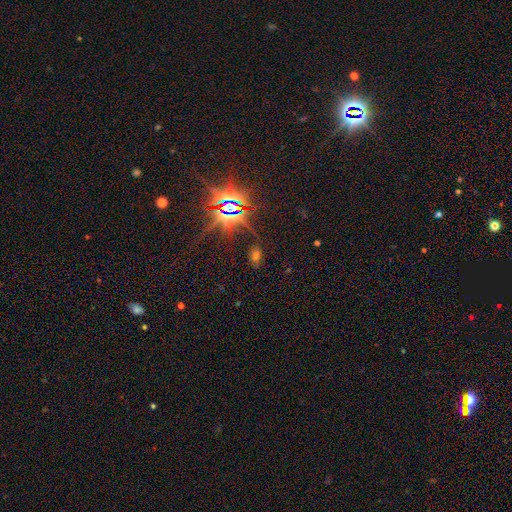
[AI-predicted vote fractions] Smooth or featured: star or artifact — 55% (smooth — 33%)